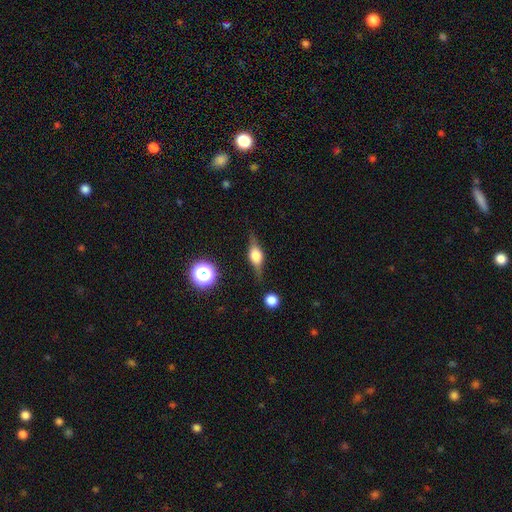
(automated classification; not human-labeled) This is likely a featured or disk galaxy (65%). It is clearly viewed edge-on (94%). Edge-on bulge: clearly rounded (89%). Merging: likely none (76%).